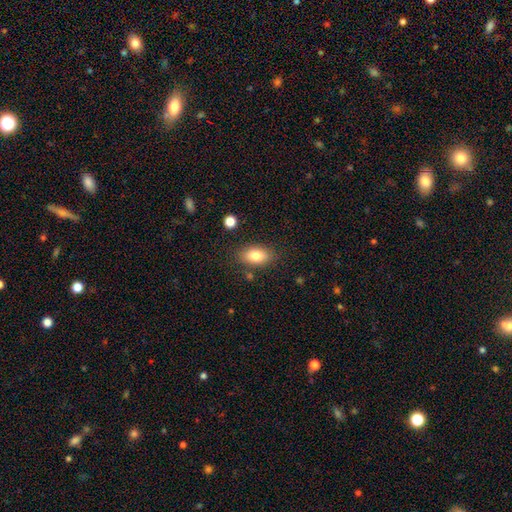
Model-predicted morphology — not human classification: Smooth or featured: smooth — 82% (featured or disk — 10%)
How rounded: in between — 89% (round — 9%)
Merging: none — 82% (minor disturbance — 12%)